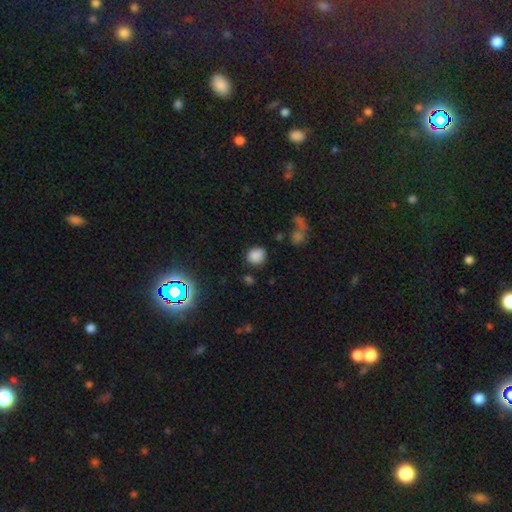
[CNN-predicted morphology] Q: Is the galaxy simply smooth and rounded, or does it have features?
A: smooth — 82%.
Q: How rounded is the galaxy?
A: round — 79%.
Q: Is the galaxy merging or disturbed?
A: none — 79%.